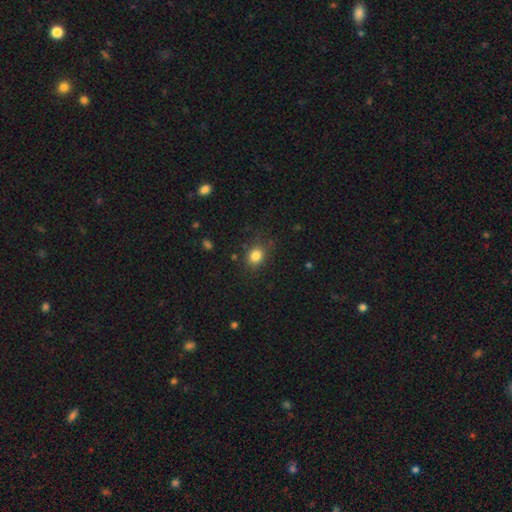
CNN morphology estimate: Smooth or featured? Predicted: smooth (p=0.82). How rounded? Predicted: round (p=0.56). Merging? Predicted: none (p=0.79).